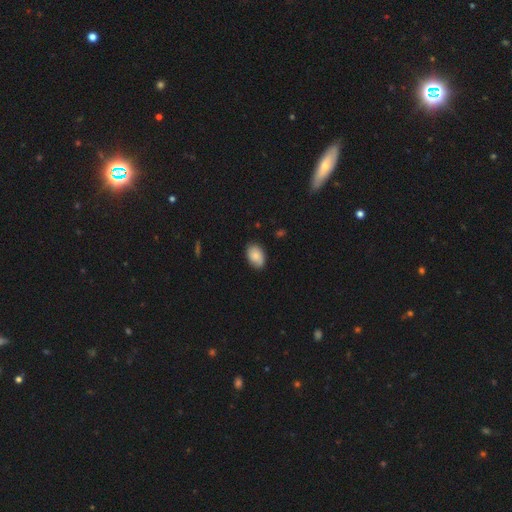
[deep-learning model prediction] Morphology: type=smooth (80%); roundness=in between (88%); merging=none (82%).